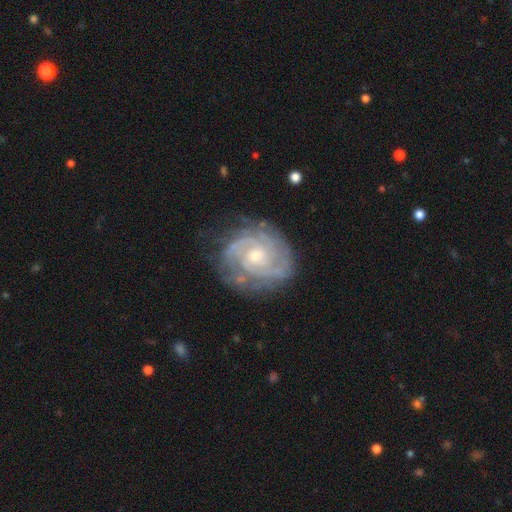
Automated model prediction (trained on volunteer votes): Smooth or featured? Predicted: featured or disk (p=0.89). Edge-on disk? Predicted: no (p=0.98). Bar? Predicted: no (p=0.71). Spiral arms? Predicted: yes (p=0.97). Spiral winding? Predicted: tight (p=0.73). Spiral arm count? Predicted: 2 (p=0.35). Bulge size? Predicted: small (p=0.60). Merging? Predicted: none (p=0.74).